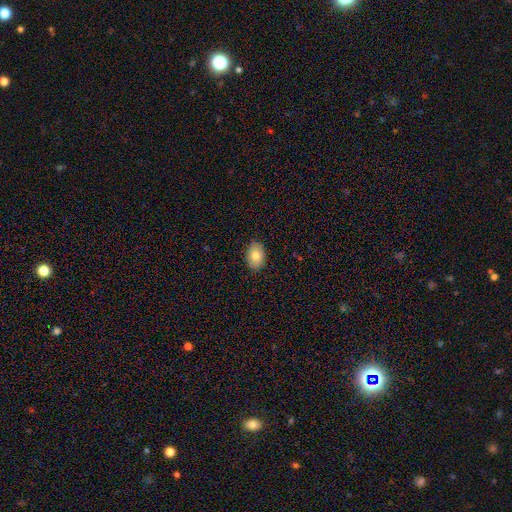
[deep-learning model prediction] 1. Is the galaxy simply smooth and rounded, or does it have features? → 79% smooth, 13% featured or disk, 8% star or artifact.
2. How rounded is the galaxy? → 82% in between, 17% round, 1% cigar-shaped.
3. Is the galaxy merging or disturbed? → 88% none, 9% minor disturbance, 2% major disturbance, 1% merger.